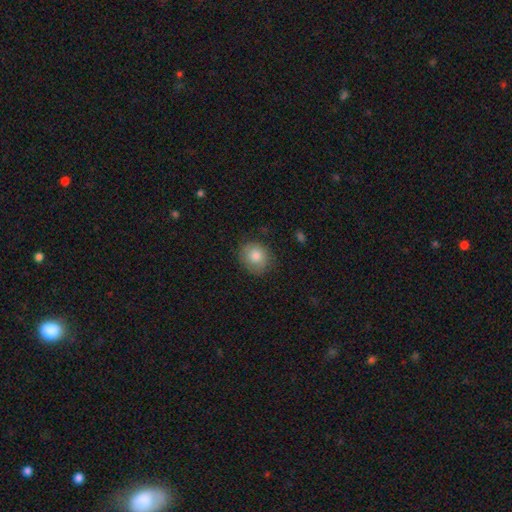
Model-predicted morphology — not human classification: type=smooth (82%); roundness=round (70%); merging=none (80%).